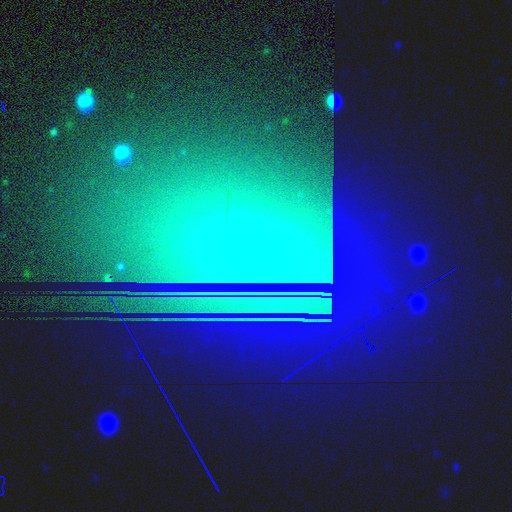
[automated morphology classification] smooth-or-featured: star or artifact: 46% | smooth: 33% | featured or disk: 21%